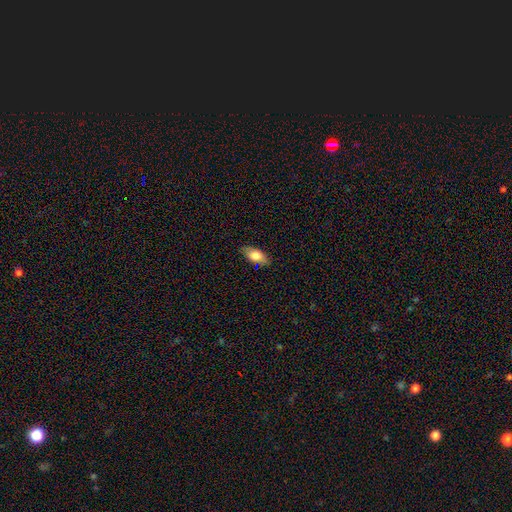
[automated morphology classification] Q: Smooth or featured?
A: smooth (77%); runner-up: featured or disk (16%)
Q: How rounded?
A: in between (87%); runner-up: cigar-shaped (9%)
Q: Merging?
A: none (83%); runner-up: minor disturbance (13%)